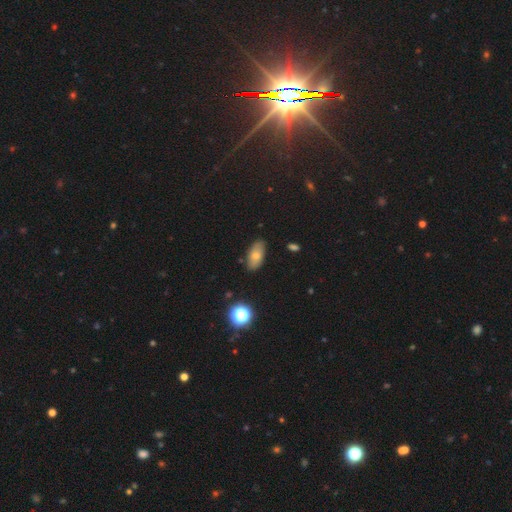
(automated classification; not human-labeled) The model was most divided on "smooth or featured": smooth: 72%, featured or disk: 18%, star or artifact: 10%. More confident: how rounded — in between (90%); merging — none (82%).